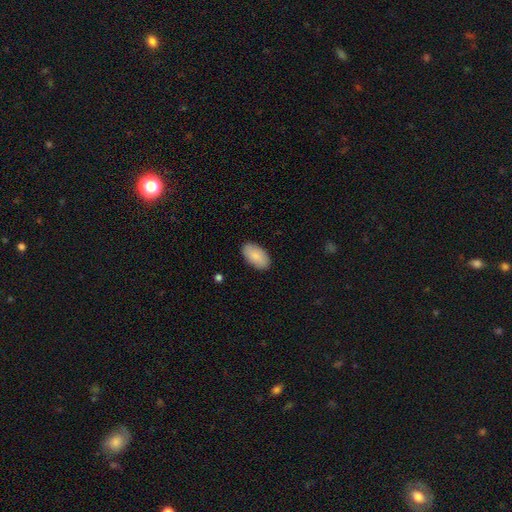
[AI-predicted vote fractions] Smooth or featured? smooth (87%)
How rounded? in between (95%)
Merging? none (88%)